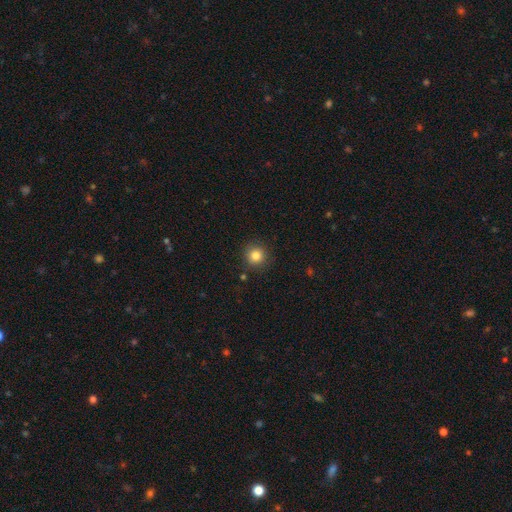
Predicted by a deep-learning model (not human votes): This appears to be a smooth galaxy with no disk features (83%) that is round (94%). Merging: none (89%).